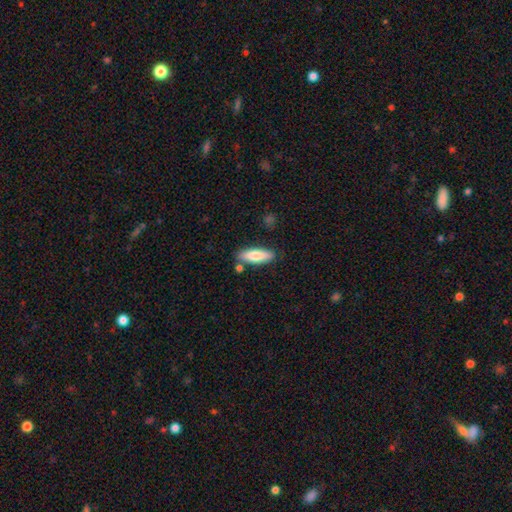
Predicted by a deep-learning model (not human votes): Morphology: type=smooth (80%); roundness=in between (49%, tied with cigar-shaped); merging=none (80%).